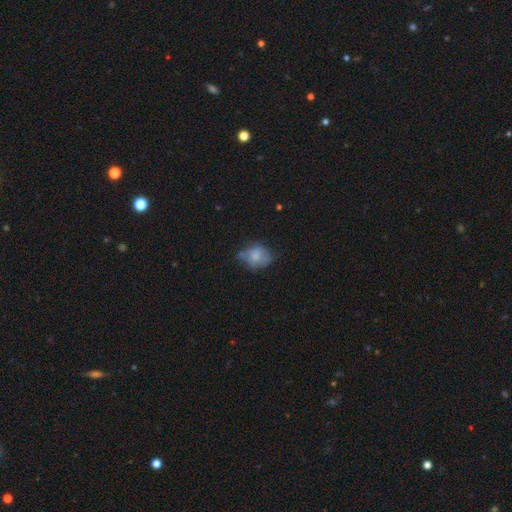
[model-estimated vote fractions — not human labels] A smooth galaxy with no disk features (65%) that is in between round and cigar-shaped (61%).

Vote fractions:
- Smooth or featured? smooth: 65% / featured or disk: 26% / star or artifact: 9%
- How rounded? in between: 61% / round: 38% / cigar-shaped: 1%
- Merging? none: 41% / minor disturbance: 37% / major disturbance: 18% / merger: 5%